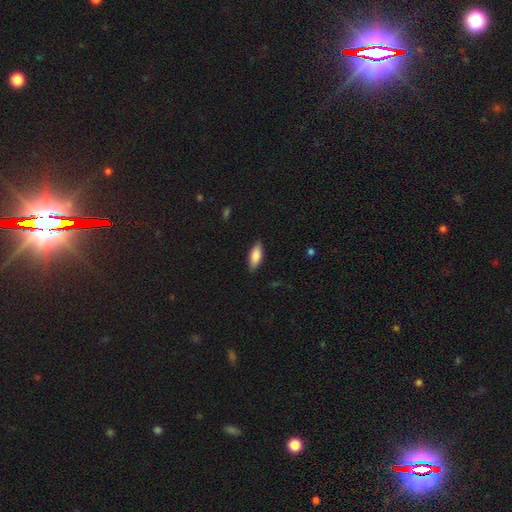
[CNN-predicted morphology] A smooth galaxy with no disk features (85%) that is in between round and cigar-shaped (70%). Merging: none (87%).